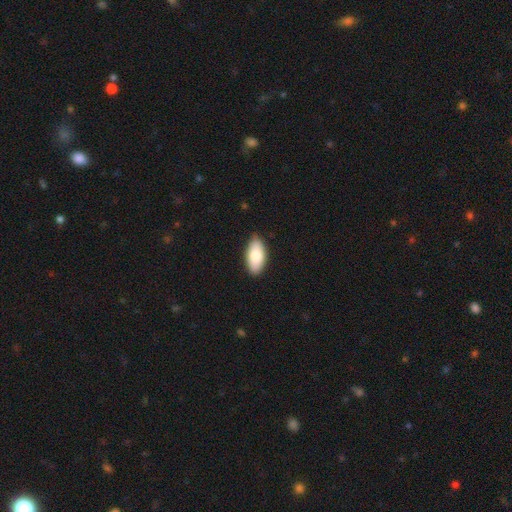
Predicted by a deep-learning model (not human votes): The model was most divided on "smooth or featured": smooth: 79%, featured or disk: 15%, star or artifact: 6%. More confident: how rounded — in between (93%); merging — none (86%).